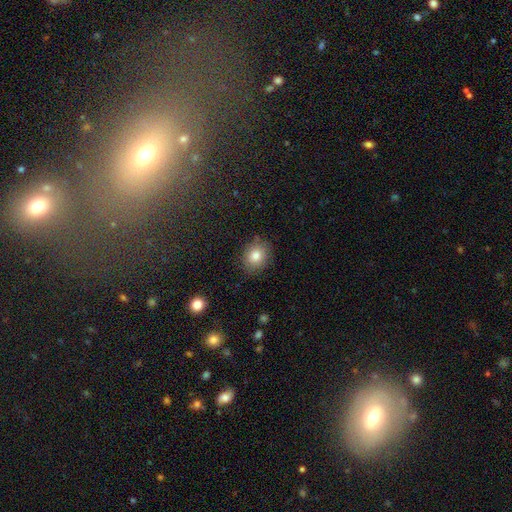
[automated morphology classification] Smooth or featured: smooth — 82% (star or artifact — 10%)
How rounded: round — 59% (in between — 40%)
Merging: none — 84% (minor disturbance — 12%)